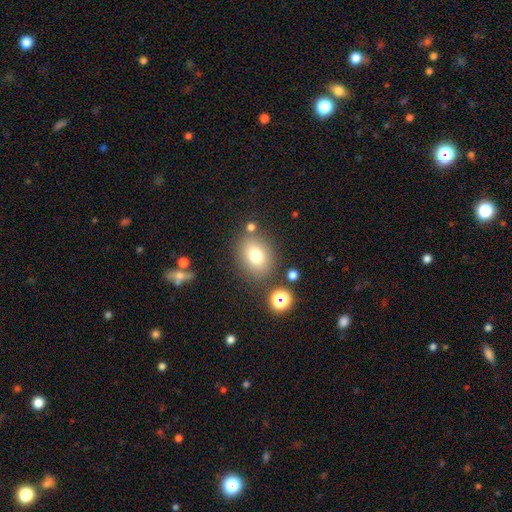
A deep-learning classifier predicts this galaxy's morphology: The model was most divided on "how rounded": in between: 56%, round: 42%, cigar-shaped: 1%. More confident: merging — none (78%); smooth or featured — smooth (76%).